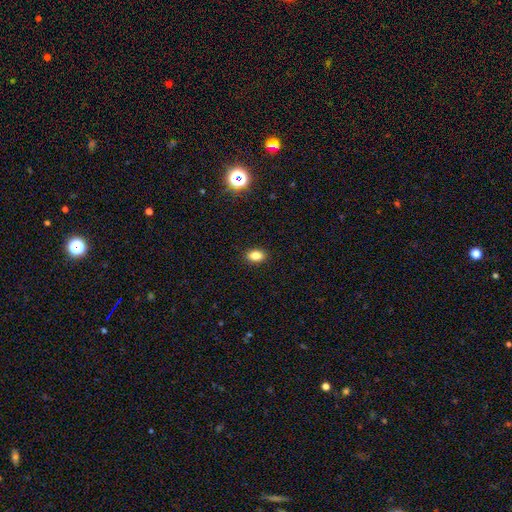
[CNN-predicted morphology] Smooth or featured? smooth (84%)
How rounded? in between (84%)
Merging? none (90%)